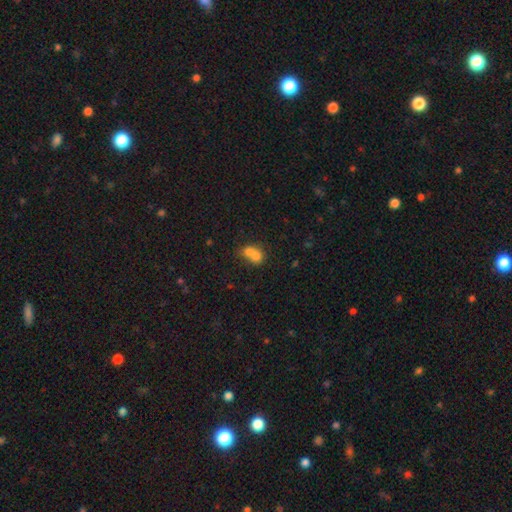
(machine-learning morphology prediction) This is likely a smooth galaxy (70%). How rounded: likely round (65%). Merging: likely merger (71%).